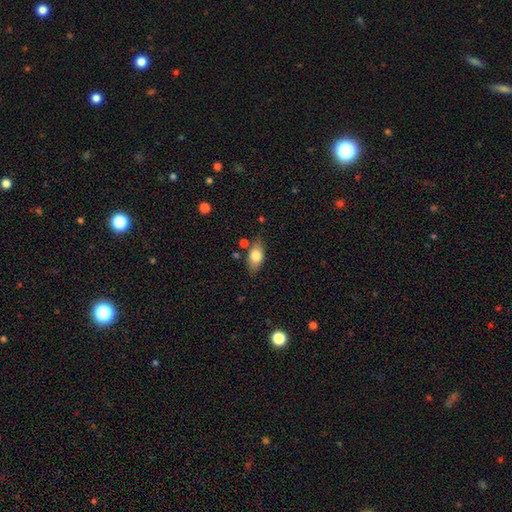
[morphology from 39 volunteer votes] Smooth or featured? 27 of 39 (69%) said smooth. How rounded? 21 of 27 (78%) said in between. Merging? 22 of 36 (61%) said none.